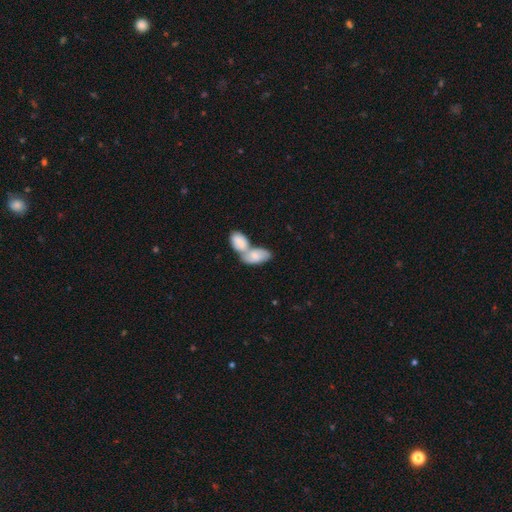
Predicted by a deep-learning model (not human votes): Smooth or featured: smooth — 64% (featured or disk — 29%)
How rounded: in between — 91% (round — 5%)
Merging: merger — 74% (none — 16%)